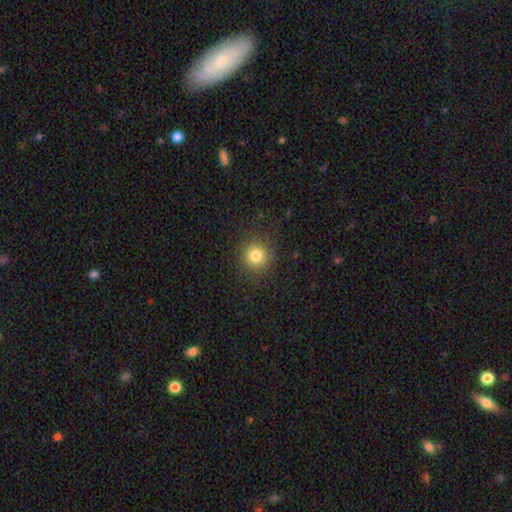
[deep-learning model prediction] Smooth or featured: smooth — 81% (star or artifact — 13%)
How rounded: round — 92% (in between — 7%)
Merging: none — 89% (minor disturbance — 7%)